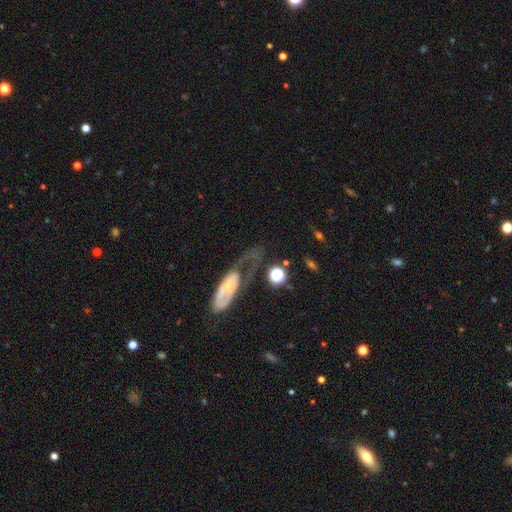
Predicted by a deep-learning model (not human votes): A featured or disk galaxy (53%).

Vote fractions:
- Smooth or featured? featured or disk: 53% / smooth: 32% / star or artifact: 15%
- Edge-on disk? no: 77% / yes: 23%
- Merging? major disturbance: 39% / none: 30% / minor disturbance: 19% / merger: 12%